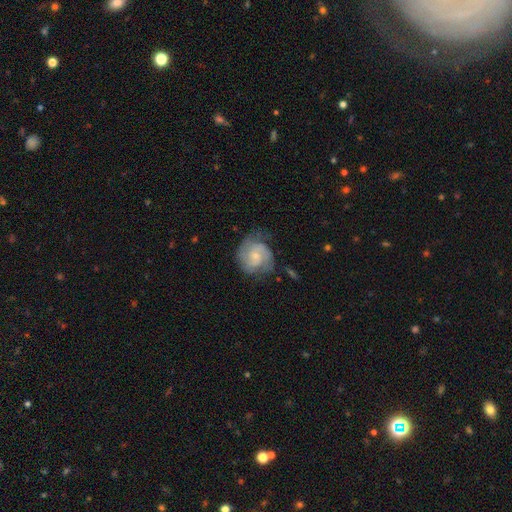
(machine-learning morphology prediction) This is likely a featured or disk galaxy (77%). It is clearly not viewed edge-on (98%). Bar: likely no (62%). Spiral arm pattern: clearly yes (94%). Spiral arm count: likely 2 (68%). Spiral winding: possibly tight (48%). Central bulge: likely small (67%). Merging: likely none (65%).